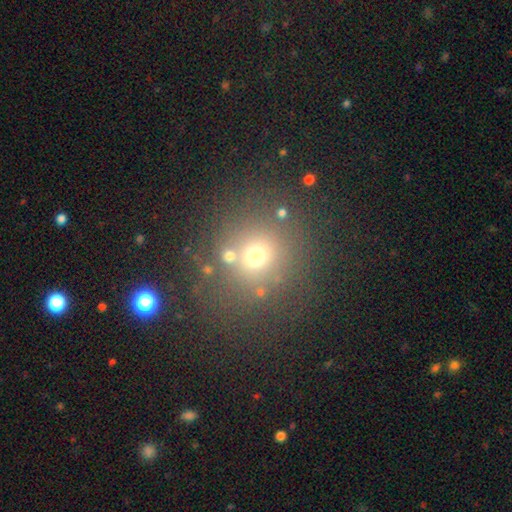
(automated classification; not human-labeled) This appears to be a smooth galaxy with no disk features (65%) that is round (88%). Merging: none (75%).